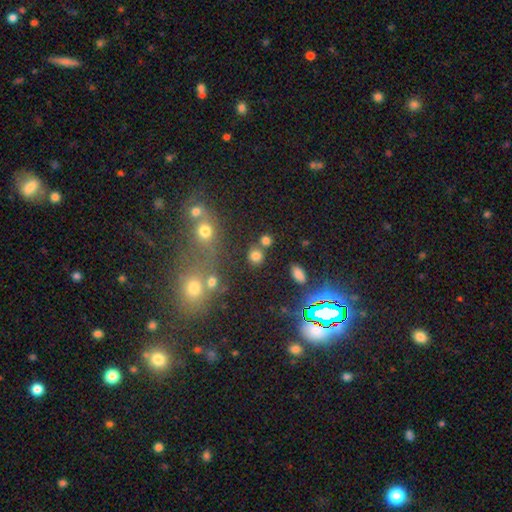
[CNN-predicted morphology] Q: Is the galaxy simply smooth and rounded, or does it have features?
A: smooth — 75%.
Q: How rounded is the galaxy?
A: round — 82%.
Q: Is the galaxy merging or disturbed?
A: none — 71%.